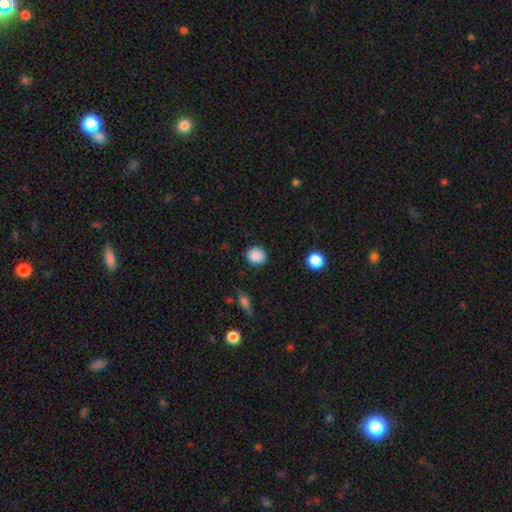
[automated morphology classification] This is clearly a smooth galaxy (88%). How rounded: likely round (74%). Merging: clearly none (88%).